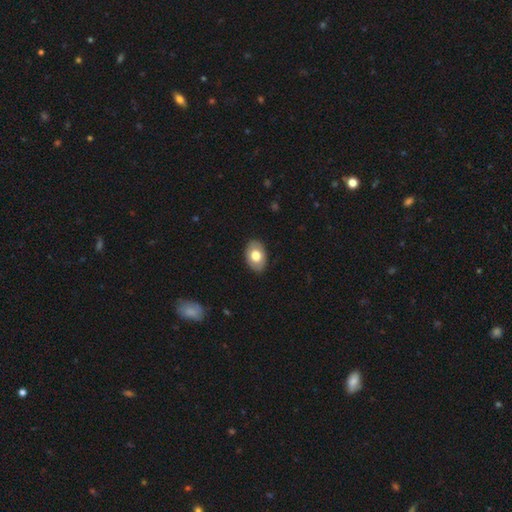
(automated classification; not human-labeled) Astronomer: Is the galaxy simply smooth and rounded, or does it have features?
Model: smooth — 71%.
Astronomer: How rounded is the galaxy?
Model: in between — 85%.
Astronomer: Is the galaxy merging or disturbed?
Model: none — 87%.